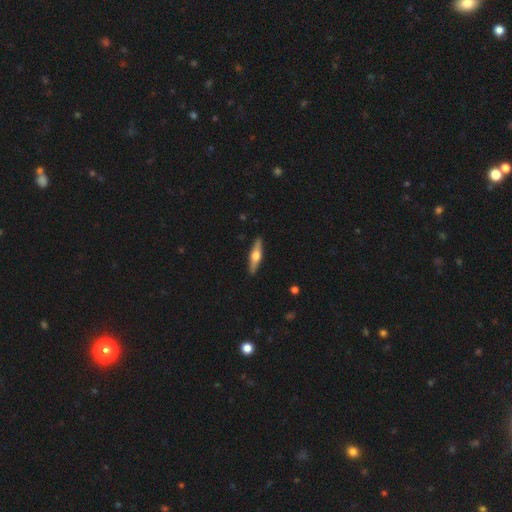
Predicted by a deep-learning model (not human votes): Overall: featured or disk (60%; smooth 34%). Edge-on disk: yes (95%). Edge-on bulge: rounded (94%). Merging: none (91%).